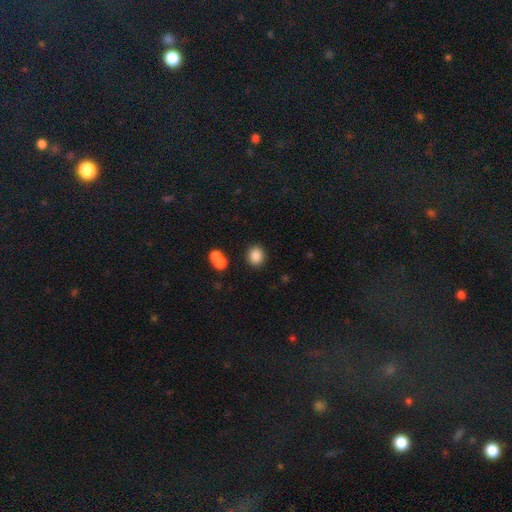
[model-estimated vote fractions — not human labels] Smooth or featured? smooth (85%)
How rounded? round (74%)
Merging? none (82%)